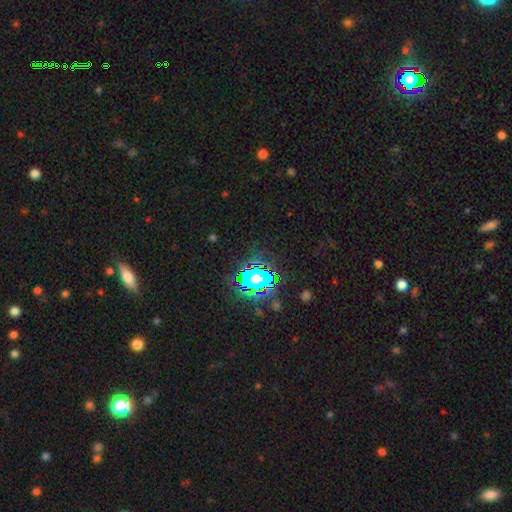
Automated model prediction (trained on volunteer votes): This is likely a star or artifact rather than a galaxy (77%).